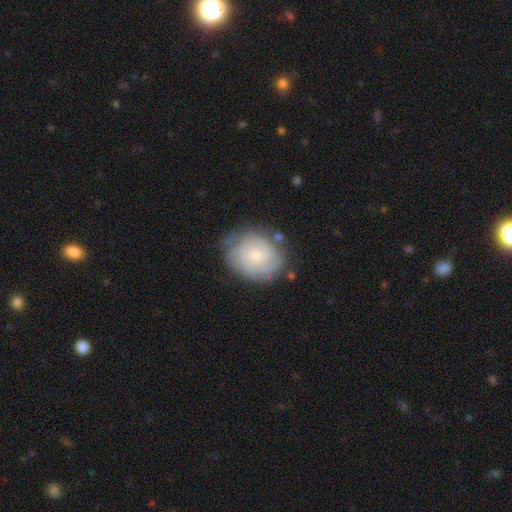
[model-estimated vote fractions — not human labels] Q: Smooth or featured?
A: featured or disk (65%); runner-up: smooth (28%)
Q: Edge-on disk?
A: no (98%); runner-up: yes (2%)
Q: Bar?
A: no (73%); runner-up: weak (24%)
Q: Spiral arms?
A: yes (91%); runner-up: no (9%)
Q: Spiral winding?
A: tight (70%); runner-up: medium (24%)
Q: Spiral arm count?
A: can't tell (39%); runner-up: 2 (26%)
Q: Bulge size?
A: small (56%); runner-up: moderate (34%)
Q: Merging?
A: none (72%); runner-up: minor disturbance (20%)